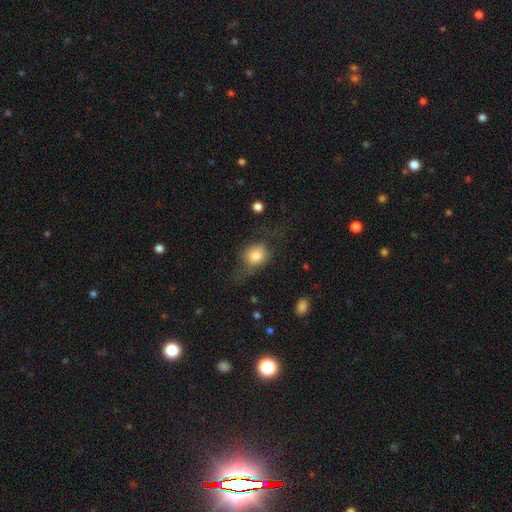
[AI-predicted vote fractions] smooth-or-featured: smooth: 74% | featured or disk: 17% | star or artifact: 9%
  how-rounded: round: 66% | in between: 32% | cigar-shaped: 2%
  merging: none: 46% | minor disturbance: 27% | major disturbance: 25% | merger: 2%